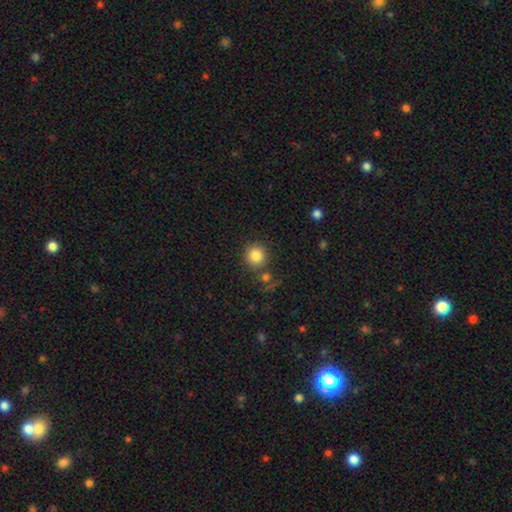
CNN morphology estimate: Smooth or featured? smooth (84%)
How rounded? round (90%)
Merging? none (78%)